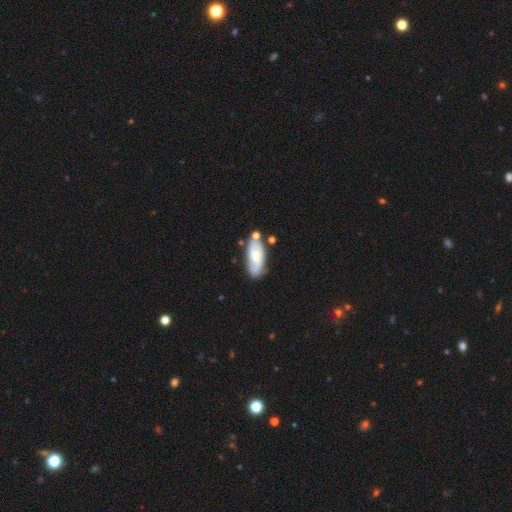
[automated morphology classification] Smooth or featured? smooth (58%)
How rounded? in between (80%)
Merging? none (62%)